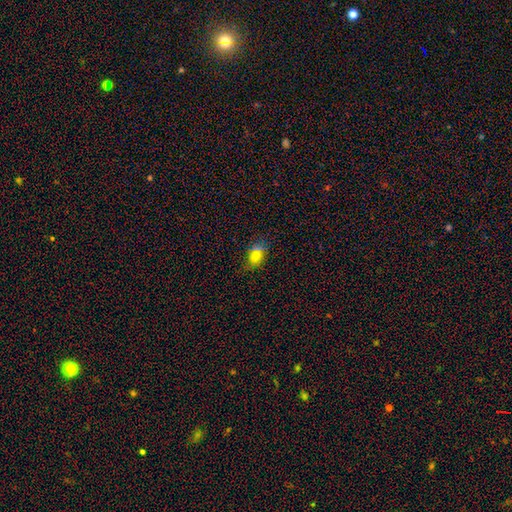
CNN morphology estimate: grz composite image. It shows a smooth galaxy with no disk features (70%) that is in between round and cigar-shaped (77%). Merging: none (72%).